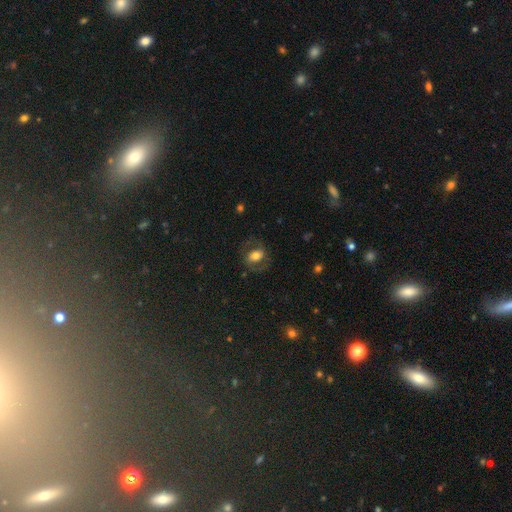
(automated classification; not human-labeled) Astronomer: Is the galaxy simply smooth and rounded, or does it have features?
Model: smooth — 49% (runner-up: featured or disk, 43%).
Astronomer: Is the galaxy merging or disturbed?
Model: none — 70%.